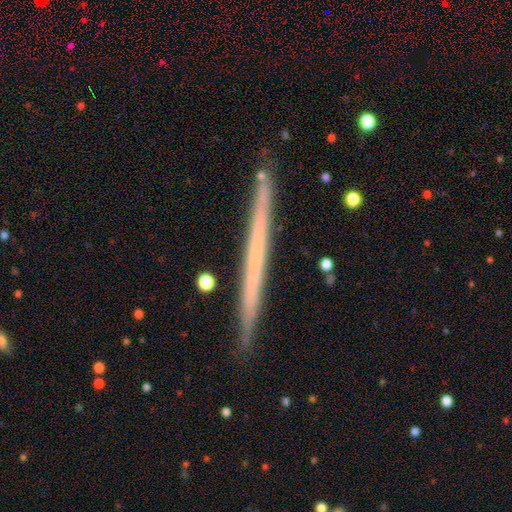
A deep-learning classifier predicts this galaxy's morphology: This is possibly a featured or disk galaxy (55%). It is clearly viewed edge-on (97%). Edge-on bulge: clearly none (94%). Merging: clearly none (91%).